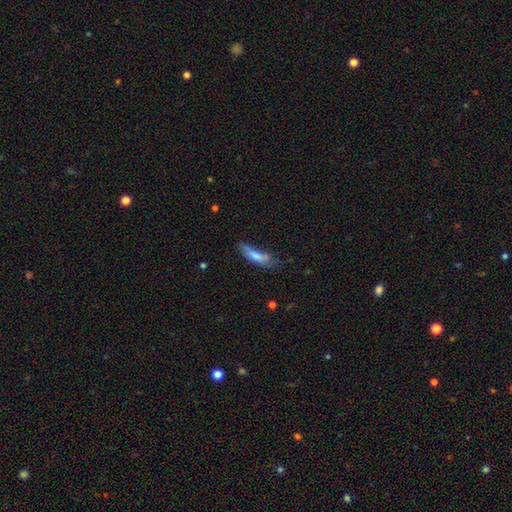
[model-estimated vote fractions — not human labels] Overall: smooth (70%). How rounded: cigar-shaped (61%; in between 37%). Merging: none (38%; minor disturbance 34%).